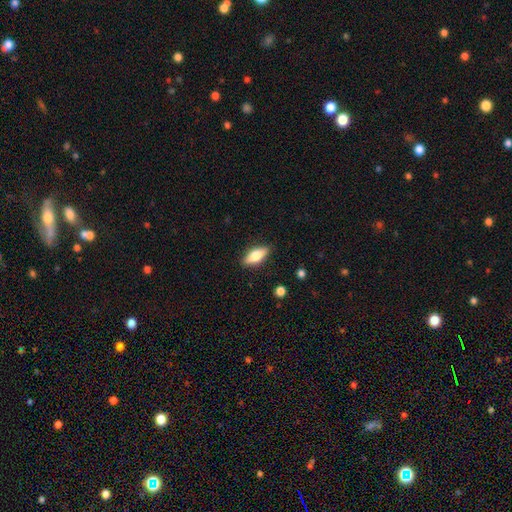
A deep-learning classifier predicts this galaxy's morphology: This appears to be a smooth galaxy with no disk features (64%) that is in between round and cigar-shaped (74%). Merging: none (86%).